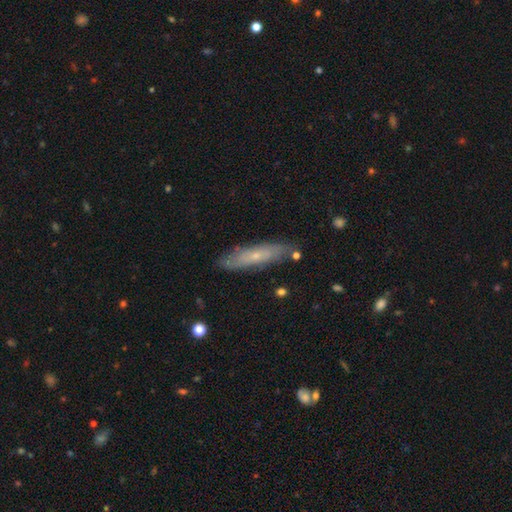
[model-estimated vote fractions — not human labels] Smooth or featured? Predicted: featured or disk (p=0.48). Merging? Predicted: none (p=0.81).